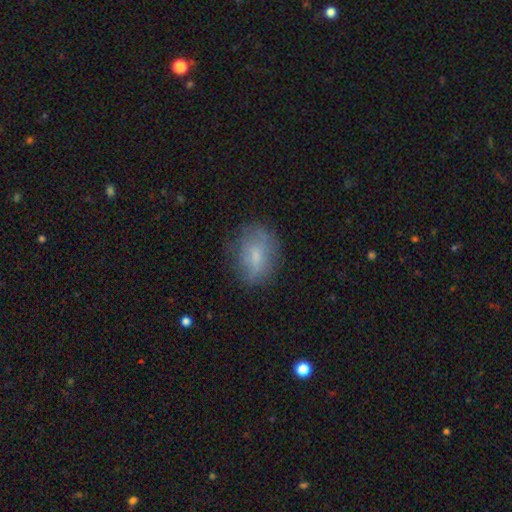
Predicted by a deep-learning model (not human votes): Smooth or featured? Predicted: smooth (p=0.63). How rounded? Predicted: in between (p=0.72). Merging? Predicted: none (p=0.66).